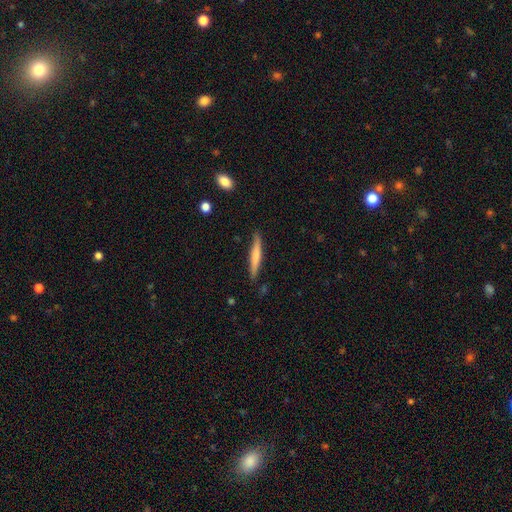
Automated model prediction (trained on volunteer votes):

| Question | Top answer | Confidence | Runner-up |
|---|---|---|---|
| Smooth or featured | smooth | 62% | featured or disk (33%) |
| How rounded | cigar-shaped | 94% | in between (4%) |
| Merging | none | 86% | minor disturbance (10%) |